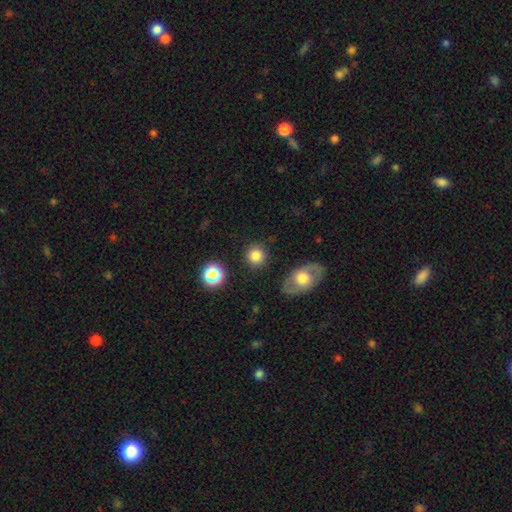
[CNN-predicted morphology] This is clearly a smooth galaxy (82%). How rounded: clearly round (90%). Merging: clearly none (88%).